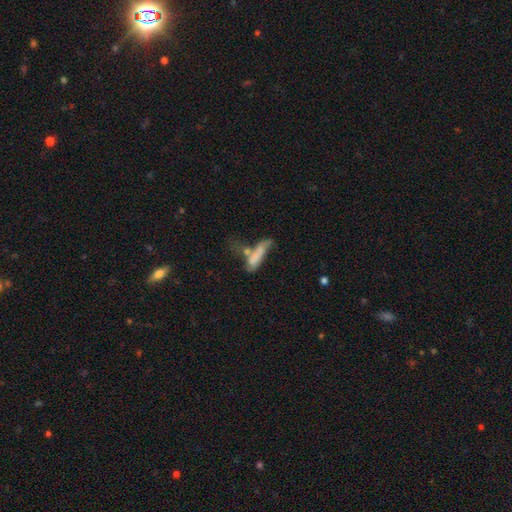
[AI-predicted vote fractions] Morphology: type=smooth (65%); roundness=cigar-shaped (55%); merging=merger (38%).